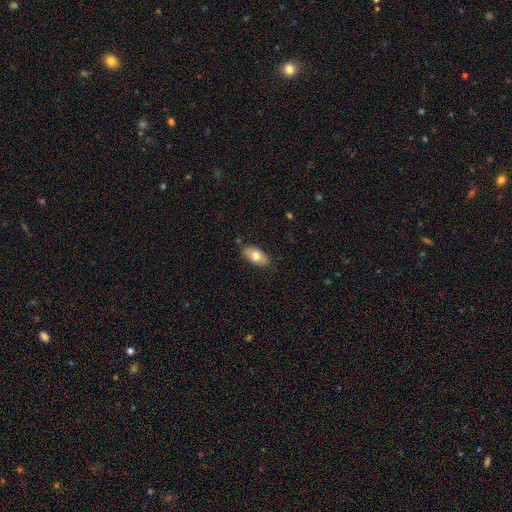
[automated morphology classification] smooth_or_featured: smooth (p=0.73) [alt: featured or disk p=0.21]
how_rounded: in between (p=0.93) [alt: round p=0.05]
merging: none (p=0.82) [alt: minor disturbance p=0.14]